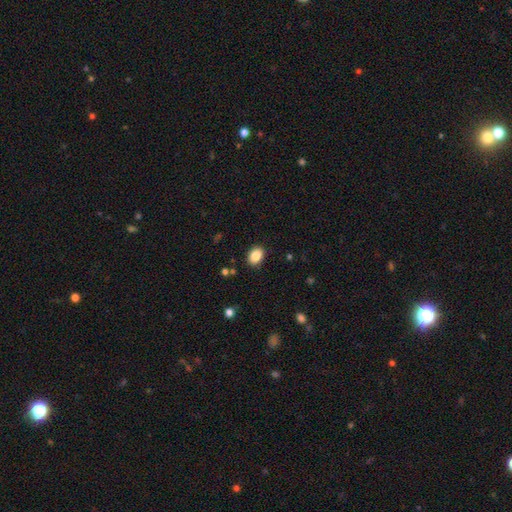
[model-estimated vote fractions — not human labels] Overall: smooth (87%). How rounded: in between (71%). Merging: none (88%).